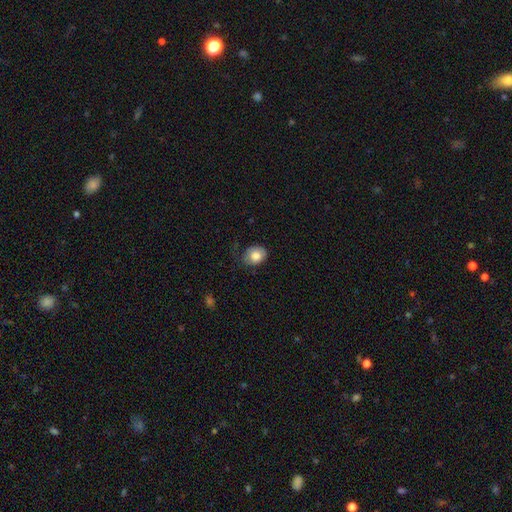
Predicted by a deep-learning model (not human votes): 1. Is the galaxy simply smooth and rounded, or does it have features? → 80% smooth, 12% featured or disk, 8% star or artifact.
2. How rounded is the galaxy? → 50% in between (tied), 50% round (tied), 1% cigar-shaped.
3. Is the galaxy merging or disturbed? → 60% none, 28% minor disturbance, 11% major disturbance, 1% merger.